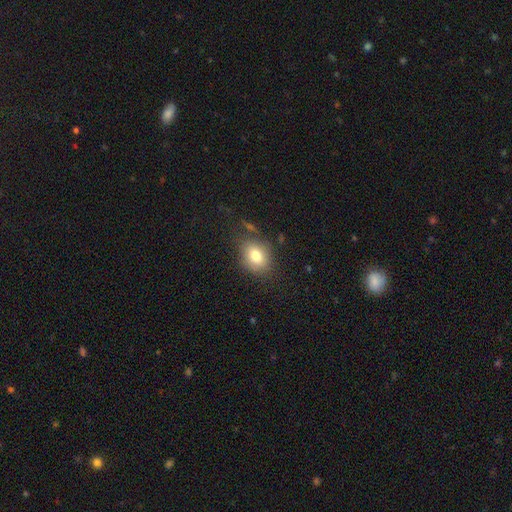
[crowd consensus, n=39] smooth_or_featured: smooth (p=0.90) [alt: featured or disk p=0.10]
how_rounded: in between (p=0.80) [alt: round p=0.20]
merging: none (p=0.69) [alt: minor disturbance p=0.26]